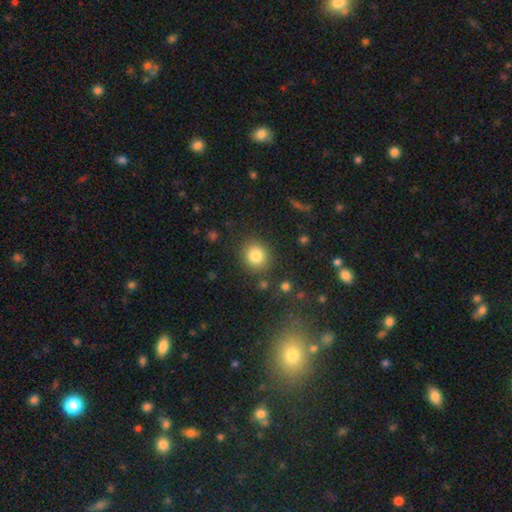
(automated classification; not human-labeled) Morphology: type=smooth (83%); roundness=round (84%); merging=none (86%).